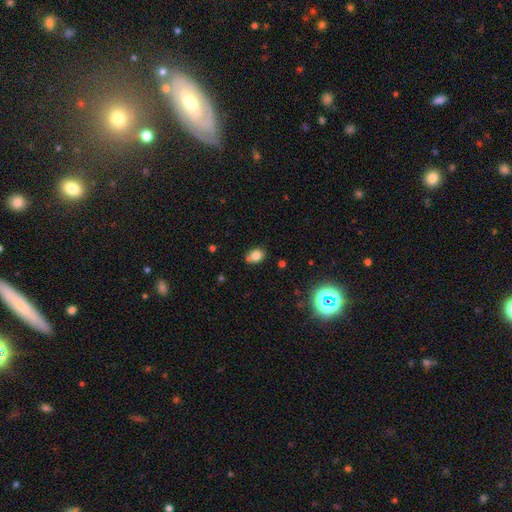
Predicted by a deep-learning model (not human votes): Smooth or featured?
  - smooth: 79% *
  - star or artifact: 13%
  - featured or disk: 8%
How rounded?
  - in between: 52% *
  - round: 47%
  - cigar-shaped: 1%
Merging?
  - none: 67% *
  - minor disturbance: 17%
  - merger: 12%
  - major disturbance: 4%